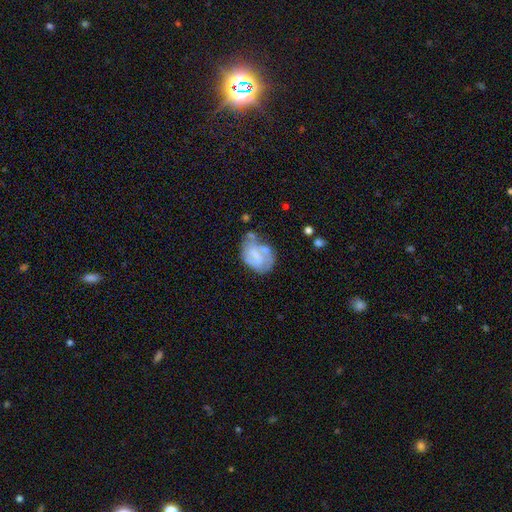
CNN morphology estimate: This is possibly a featured or disk galaxy (52%). It is clearly not viewed edge-on (97%). Bar: possibly no (48%). Spiral arm pattern: possibly yes (53%). Central bulge: marginally small (42%). Merging: marginally none (34%).